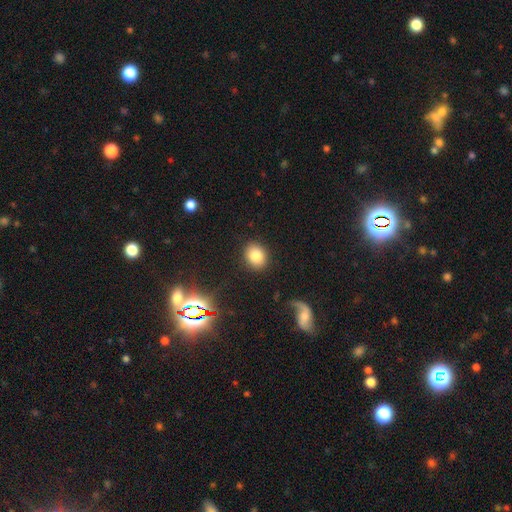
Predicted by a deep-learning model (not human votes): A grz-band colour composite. It shows a smooth galaxy with no disk features (81%) that is round (55%). Merging: none (88%).